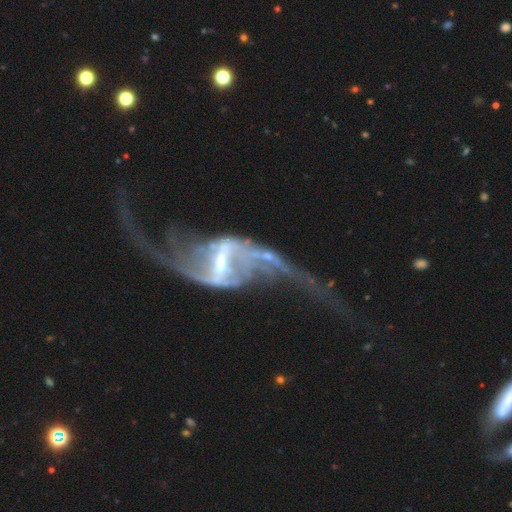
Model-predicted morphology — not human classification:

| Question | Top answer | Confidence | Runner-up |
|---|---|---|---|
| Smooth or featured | featured or disk | 93% | star or artifact (5%) |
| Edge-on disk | no | 96% | yes (4%) |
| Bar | strong | 66% | weak (27%) |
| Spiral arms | yes | 97% | no (3%) |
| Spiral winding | loose | 83% | medium (12%) |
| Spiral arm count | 2 | 94% | can't tell (2%) |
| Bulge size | small | 57% | moderate (34%) |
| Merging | none | 55% | major disturbance (24%) |